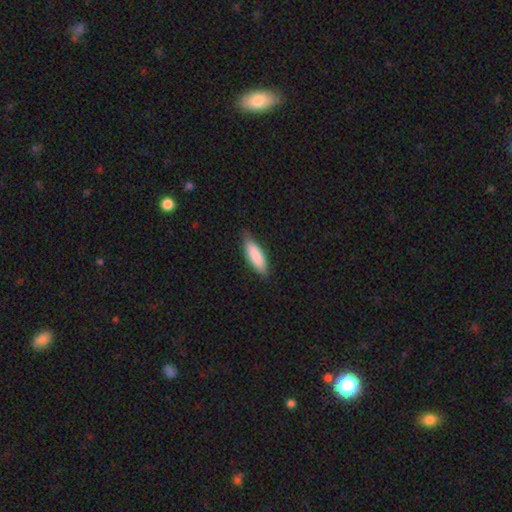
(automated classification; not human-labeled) Overall: smooth (86%). How rounded: cigar-shaped (51%; in between 48%). Merging: none (80%).